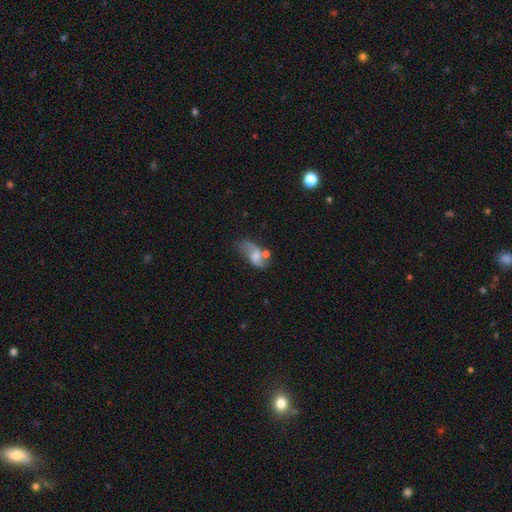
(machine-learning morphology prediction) type=featured or disk (50%); edge-on=no (94%); merging=none (37%).